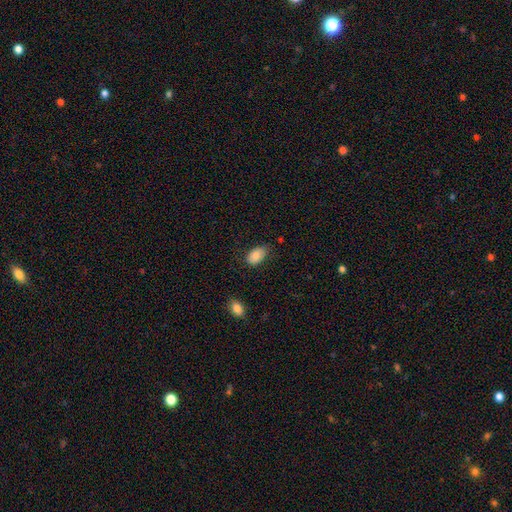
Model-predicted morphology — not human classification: smooth-or-featured: smooth: 84% | featured or disk: 9% | star or artifact: 8%
  how-rounded: in between: 93% | round: 6% | cigar-shaped: 1%
  merging: none: 68% | minor disturbance: 26% | major disturbance: 5% | merger: 2%